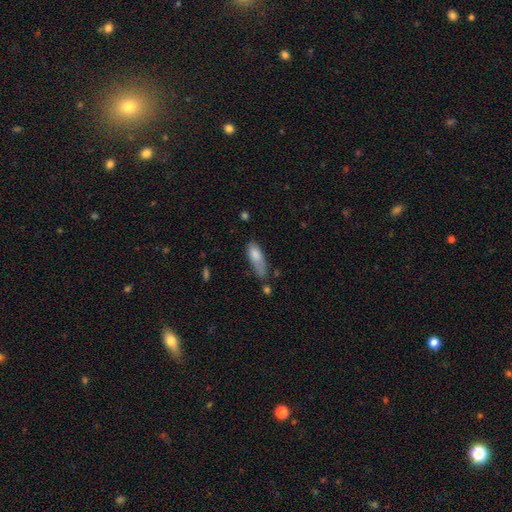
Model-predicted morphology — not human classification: A smooth galaxy with no disk features (79%) that is in between round and cigar-shaped (55%). Merging: minor disturbance (36%).